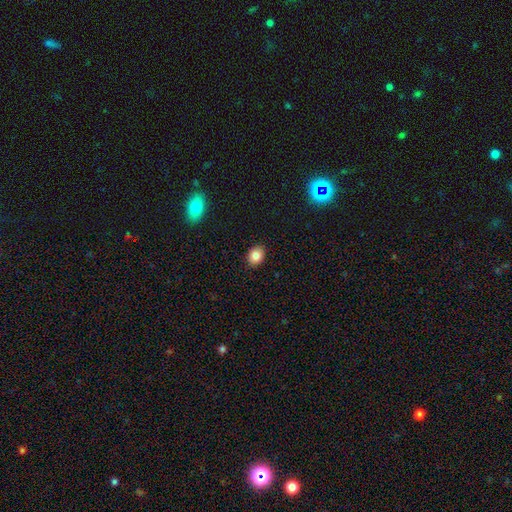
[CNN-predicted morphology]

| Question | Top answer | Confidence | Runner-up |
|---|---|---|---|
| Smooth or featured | smooth | 83% | star or artifact (10%) |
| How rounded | in between | 50% | round (49%) |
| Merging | none | 90% | minor disturbance (7%) |